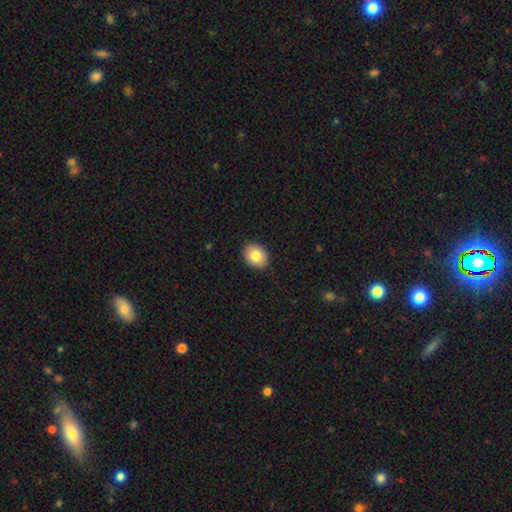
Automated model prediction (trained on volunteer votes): This is clearly a smooth galaxy (82%). How rounded: possibly in between (54%). Merging: clearly none (90%).